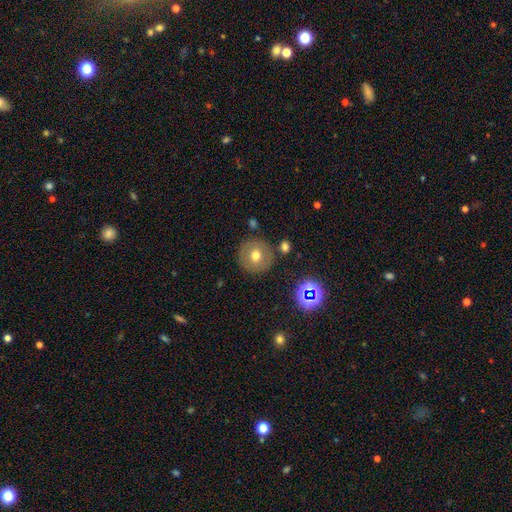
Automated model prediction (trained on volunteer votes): Smooth or featured? smooth (63%)
How rounded? round (94%)
Merging? none (85%)